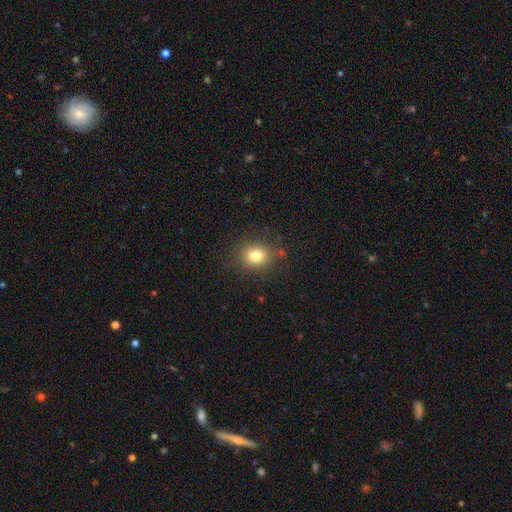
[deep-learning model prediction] A smooth galaxy with no disk features (79%) that is round (63%). Merging: none (84%).